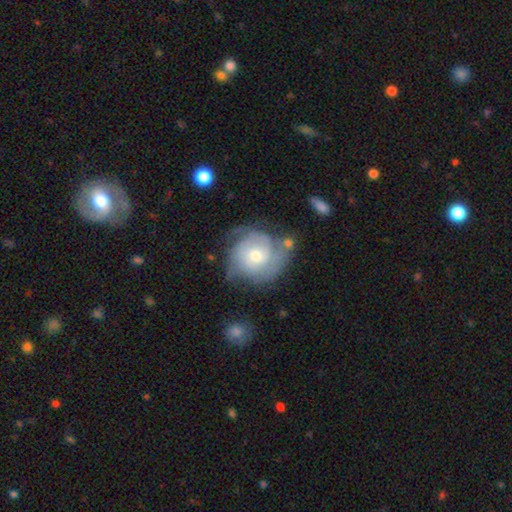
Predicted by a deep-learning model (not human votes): A featured or disk galaxy (70%) with no bar (73%), tight (60%) spiral arms (88%) and a moderate central bulge (55%).

Vote fractions:
- Smooth or featured? featured or disk: 70% / smooth: 23% / star or artifact: 7%
- Edge-on disk? no: 97% / yes: 3%
- Bar? no: 73% / weak: 24% / strong: 4%
- Spiral arms? yes: 88% / no: 12%
- Spiral winding? tight: 60% / medium: 30% / loose: 10%
- Spiral arm count? can't tell: 36% / 2: 30% / 3: 20% / 1: 5% / 4: 5% / more than 4: 4%
- Bulge size? moderate: 55% / small: 38% / large: 4% / none: 1% / dominant: 1%
- Merging? none: 54% / minor disturbance: 26% / major disturbance: 14% / merger: 7%